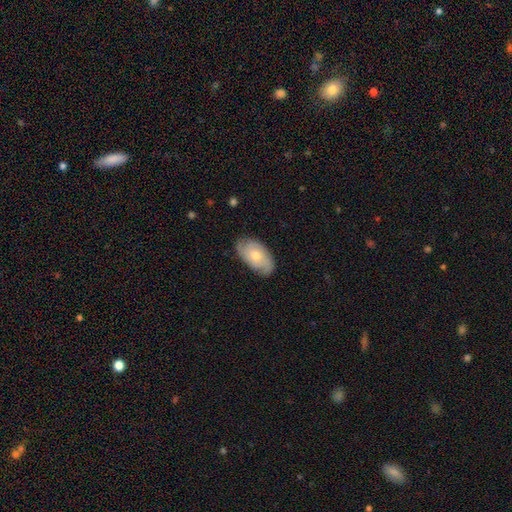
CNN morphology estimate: Smooth or featured?
  - smooth: 48% *
  - featured or disk: 46%
  - star or artifact: 6%
Merging?
  - none: 74% *
  - minor disturbance: 21%
  - major disturbance: 4%
  - merger: 1%